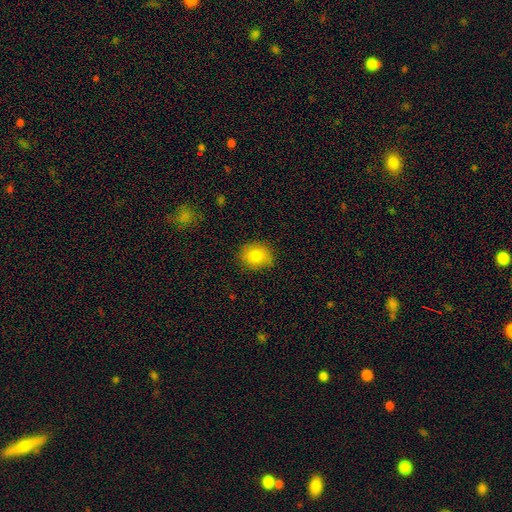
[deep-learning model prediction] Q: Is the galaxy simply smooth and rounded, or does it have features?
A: smooth — 81%.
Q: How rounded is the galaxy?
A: round — 62%.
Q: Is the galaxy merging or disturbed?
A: none — 82%.